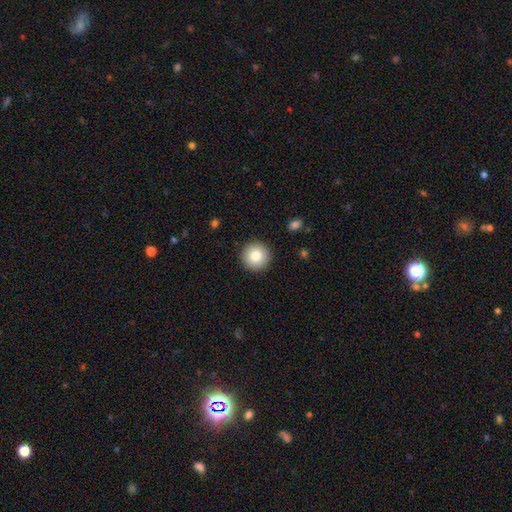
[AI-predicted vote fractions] Morphology: type=smooth (81%); roundness=round (96%); merging=none (92%).